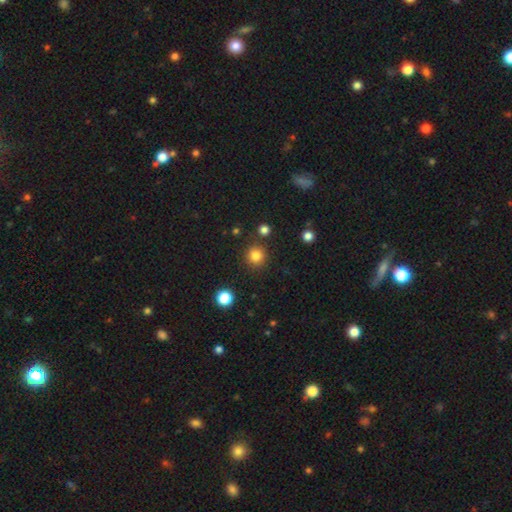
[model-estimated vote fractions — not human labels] Smooth or featured: smooth — 83% (star or artifact — 13%)
How rounded: round — 93% (in between — 6%)
Merging: none — 87% (minor disturbance — 7%)